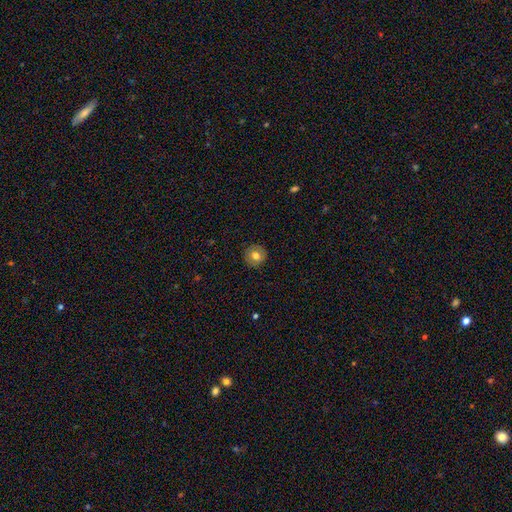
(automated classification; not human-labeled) The model was most divided on "smooth or featured": smooth: 73%, featured or disk: 18%, star or artifact: 9%. More confident: how rounded — round (93%); merging — none (89%).